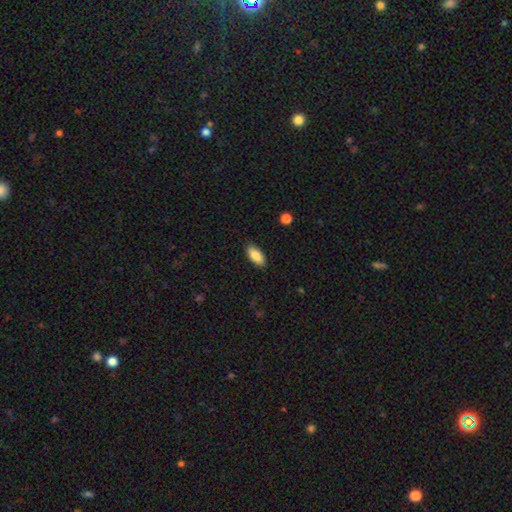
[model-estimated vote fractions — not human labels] Smooth or featured?
  - smooth: 89% *
  - star or artifact: 6%
  - featured or disk: 5%
How rounded?
  - in between: 90% *
  - cigar-shaped: 8%
  - round: 2%
Merging?
  - none: 88% *
  - minor disturbance: 9%
  - major disturbance: 2%
  - merger: 1%